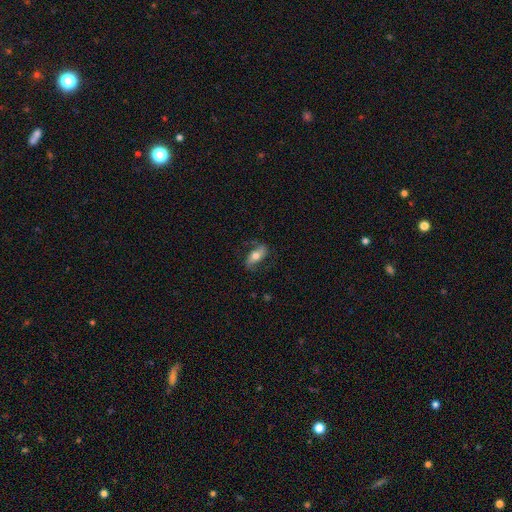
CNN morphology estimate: Q: Smooth or featured?
A: featured or disk (55%); runner-up: smooth (38%)
Q: Edge-on disk?
A: no (84%); runner-up: yes (16%)
Q: Merging?
A: none (72%); runner-up: minor disturbance (17%)